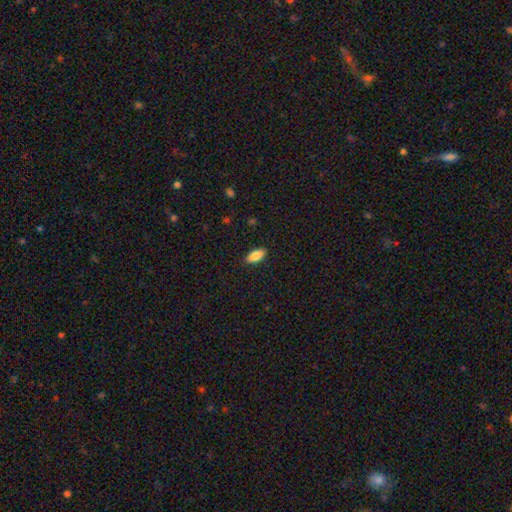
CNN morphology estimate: This is clearly a smooth galaxy (86%). How rounded: clearly in between (87%). Merging: clearly none (88%).